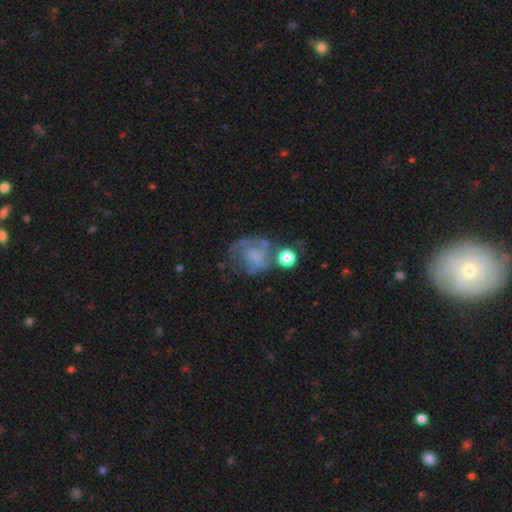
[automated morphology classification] Smooth or featured?
  - featured or disk: 58% *
  - smooth: 31%
  - star or artifact: 11%
Edge-on disk?
  - no: 98% *
  - yes: 2%
Bar?
  - no: 78% *
  - weak: 18%
  - strong: 4%
Spiral arms?
  - yes: 68% *
  - no: 32%
Bulge size?
  - none: 53% *
  - small: 20%
  - moderate: 16%
  - large: 8%
  - dominant: 2%
Merging?
  - none: 41% *
  - major disturbance: 25%
  - minor disturbance: 23%
  - merger: 11%